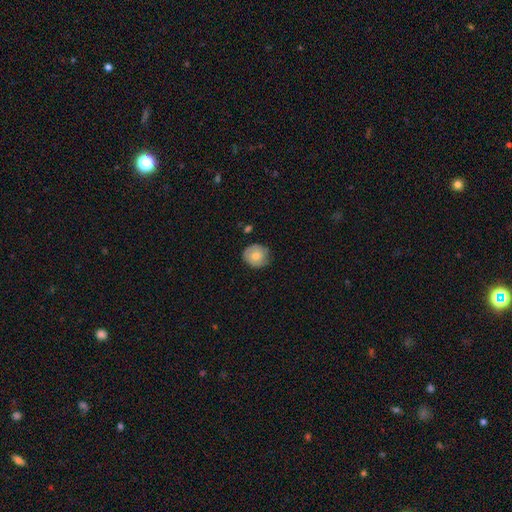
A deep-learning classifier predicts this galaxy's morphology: Smooth or featured? Predicted: smooth (p=0.60). How rounded? Predicted: round (p=0.81). Merging? Predicted: none (p=0.69).